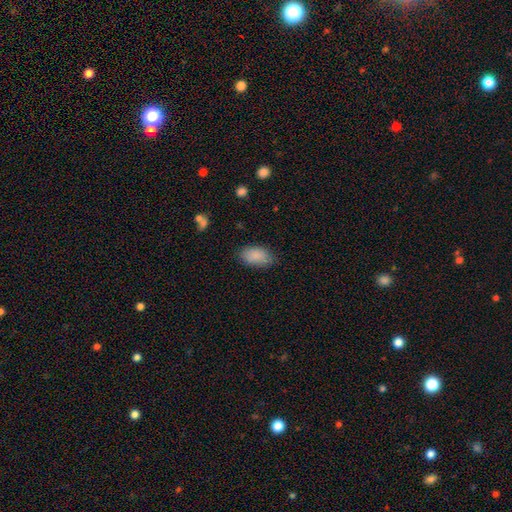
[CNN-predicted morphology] Smooth or featured: smooth — 88% (star or artifact — 7%)
How rounded: in between — 93% (round — 5%)
Merging: none — 77% (minor disturbance — 18%)